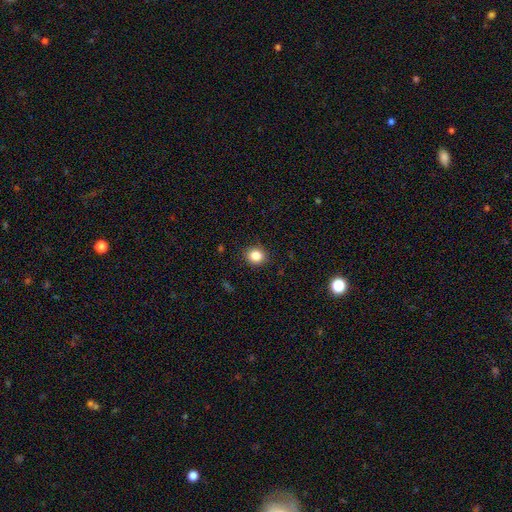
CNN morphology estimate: Smooth or featured? smooth (85%)
How rounded? round (76%)
Merging? none (88%)